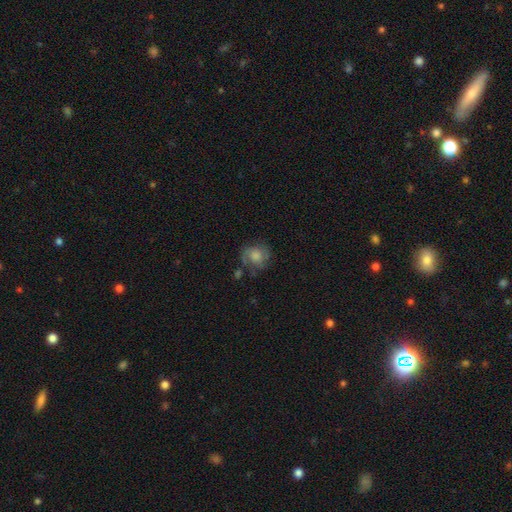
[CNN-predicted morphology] A featured or disk galaxy (53%) with no bar (74%), spiral arms (86%) and a moderate central bulge (38%).

Vote fractions:
- Smooth or featured? featured or disk: 53% / smooth: 38% / star or artifact: 9%
- Edge-on disk? no: 97% / yes: 3%
- Bar? no: 74% / weak: 23% / strong: 3%
- Spiral arms? yes: 86% / no: 14%
- Bulge size? moderate: 38% / large: 26% / small: 20% / none: 13% / dominant: 3%
- Merging? none: 60% / minor disturbance: 21% / major disturbance: 13% / merger: 5%